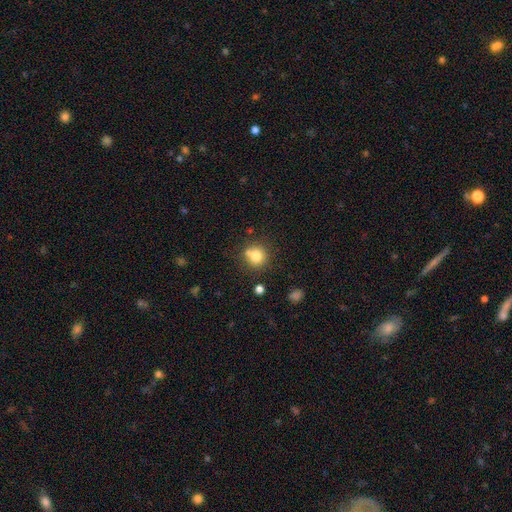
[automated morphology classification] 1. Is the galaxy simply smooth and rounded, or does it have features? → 78% smooth, 12% star or artifact, 11% featured or disk.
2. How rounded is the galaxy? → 88% round, 11% in between, 1% cigar-shaped.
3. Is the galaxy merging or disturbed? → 65% none, 19% merger, 12% minor disturbance, 4% major disturbance.